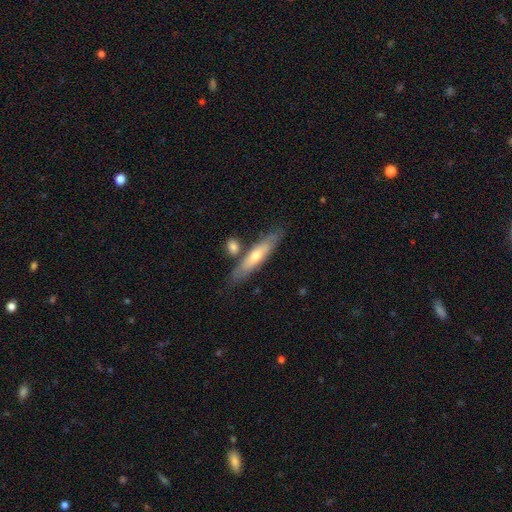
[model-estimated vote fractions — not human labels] Smooth or featured?
  - featured or disk: 50% *
  - smooth: 44%
  - star or artifact: 6%
Merging?
  - none: 73% *
  - minor disturbance: 13%
  - merger: 11%
  - major disturbance: 3%